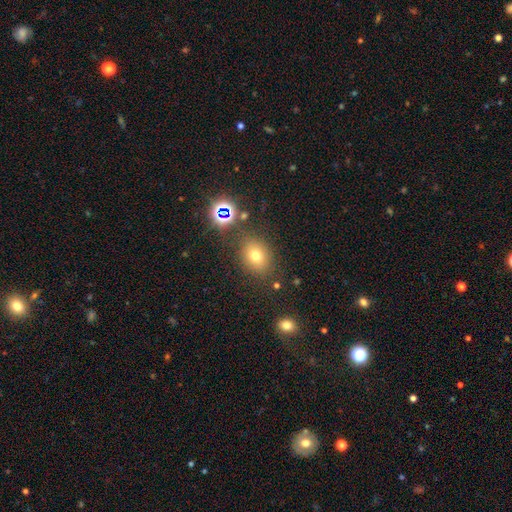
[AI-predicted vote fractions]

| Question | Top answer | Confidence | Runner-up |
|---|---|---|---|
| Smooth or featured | smooth | 69% | star or artifact (20%) |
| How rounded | round | 51% | in between (47%) |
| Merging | none | 78% | minor disturbance (12%) |